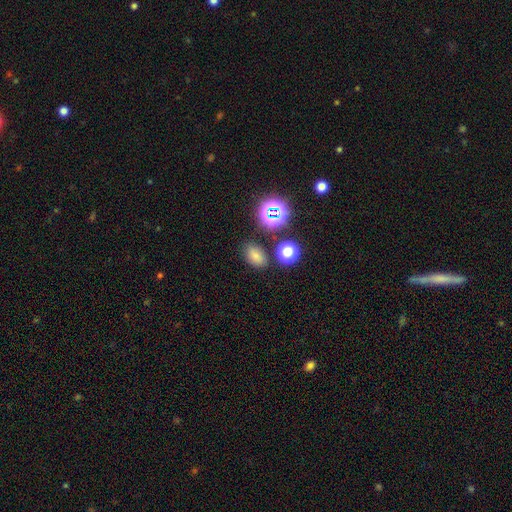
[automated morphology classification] A smooth galaxy with no disk features (72%) that is in between round and cigar-shaped (79%). Merging: none (80%).